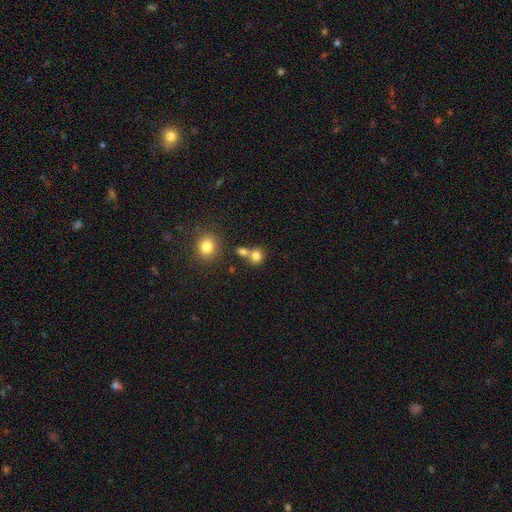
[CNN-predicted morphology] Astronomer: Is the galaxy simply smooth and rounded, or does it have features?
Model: smooth — 80%.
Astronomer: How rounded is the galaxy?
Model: round — 79%.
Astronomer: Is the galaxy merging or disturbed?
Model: none — 51% (runner-up: merger, 37%).